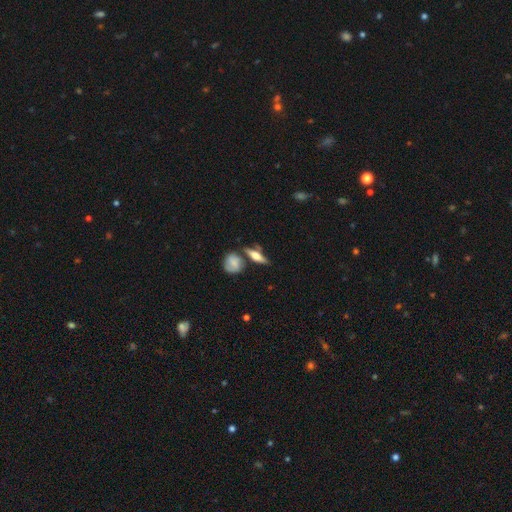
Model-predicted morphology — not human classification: Q: Smooth or featured?
A: featured or disk (50%); runner-up: smooth (42%)
Q: Edge-on disk?
A: yes (88%); runner-up: no (12%)
Q: Merging?
A: none (67%); runner-up: minor disturbance (15%)